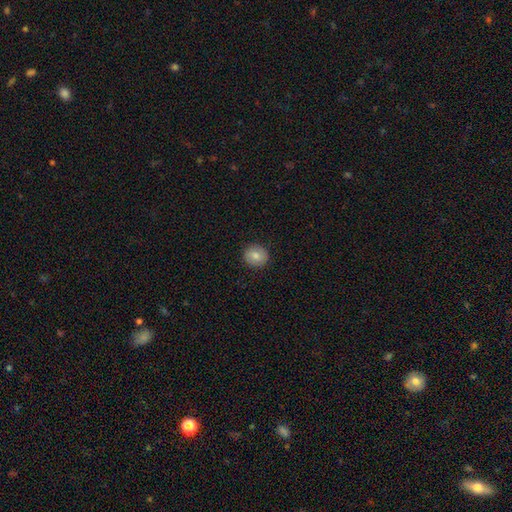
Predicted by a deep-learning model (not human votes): Smooth or featured? Predicted: smooth (p=0.79). How rounded? Predicted: round (p=0.83). Merging? Predicted: none (p=0.90).